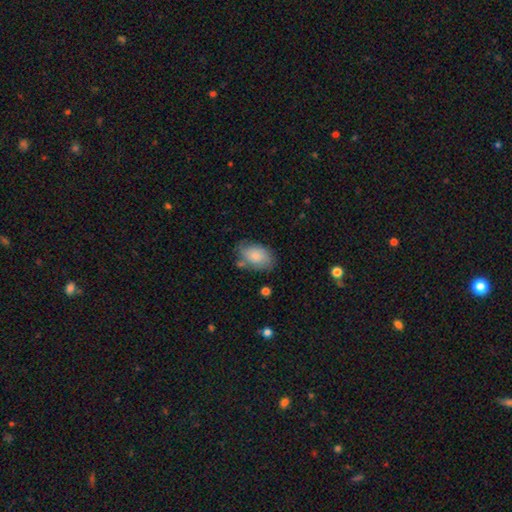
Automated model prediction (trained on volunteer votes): Smooth or featured: smooth — 79% (featured or disk — 15%)
How rounded: in between — 90% (round — 9%)
Merging: none — 63% (minor disturbance — 25%)